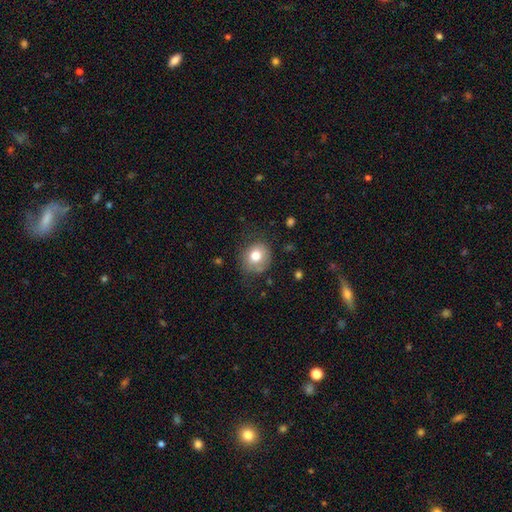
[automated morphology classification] Overall: smooth (77%). How rounded: round (77%). Merging: none (71%).